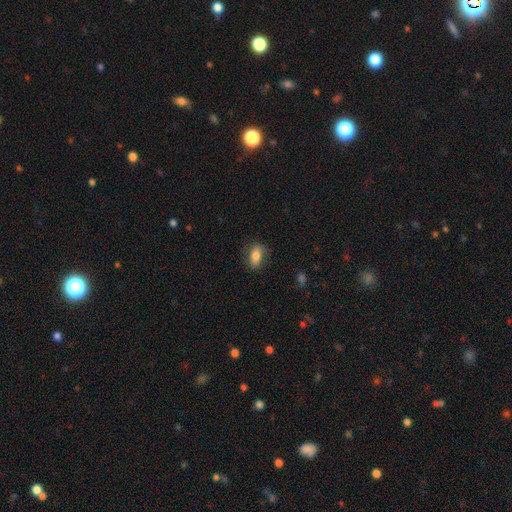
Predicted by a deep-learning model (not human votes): This appears to be a smooth galaxy with no disk features (77%) that is in between round and cigar-shaped (83%). Merging: none (75%).